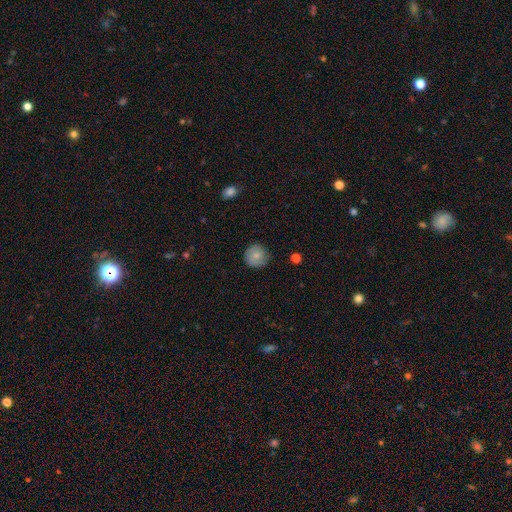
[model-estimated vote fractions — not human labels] Smooth or featured: smooth — 74% (featured or disk — 19%)
How rounded: round — 92% (in between — 7%)
Merging: none — 78% (minor disturbance — 17%)